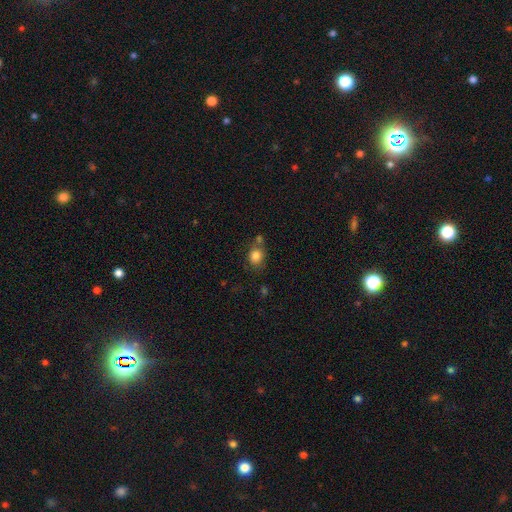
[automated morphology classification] smooth 82%, star or artifact 10%, featured or disk 8%. Down the decision tree: how rounded — round (62%); merging — none (59%).